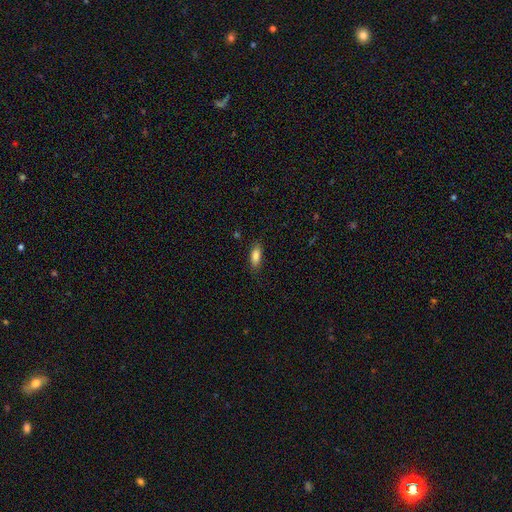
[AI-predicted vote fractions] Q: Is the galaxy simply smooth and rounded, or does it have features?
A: smooth — 85%.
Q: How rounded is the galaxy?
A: in between — 76%.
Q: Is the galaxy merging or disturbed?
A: none — 82%.